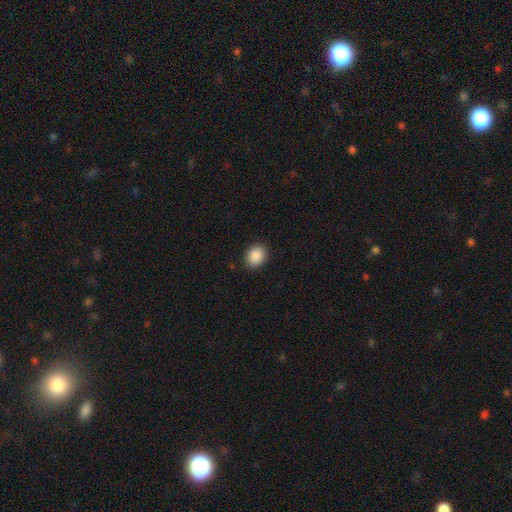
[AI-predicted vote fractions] This is clearly a smooth galaxy (89%). How rounded: possibly in between (51%). Merging: clearly none (90%).